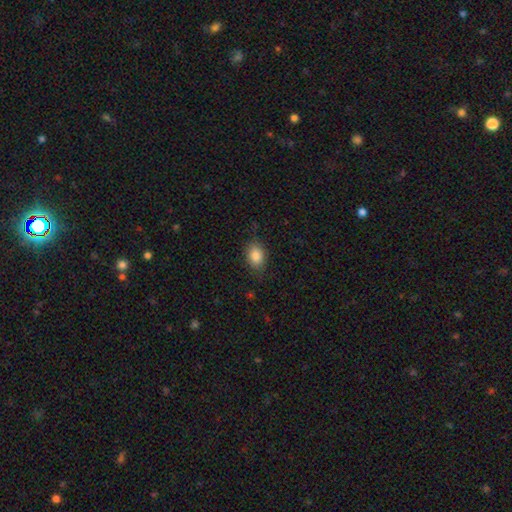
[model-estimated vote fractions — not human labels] smooth-or-featured: smooth: 86% | star or artifact: 8% | featured or disk: 6%
  how-rounded: in between: 77% | round: 22% | cigar-shaped: 1%
  merging: none: 80% | minor disturbance: 15% | major disturbance: 3% | merger: 1%